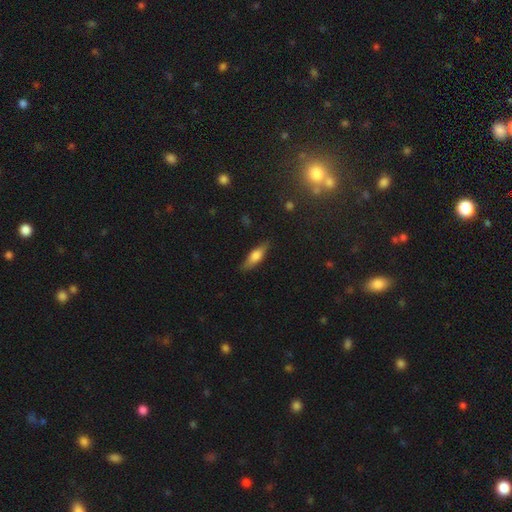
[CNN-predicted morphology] Overall: smooth (55%; featured or disk 38%). How rounded: cigar-shaped (53%; in between 44%). Merging: none (84%).